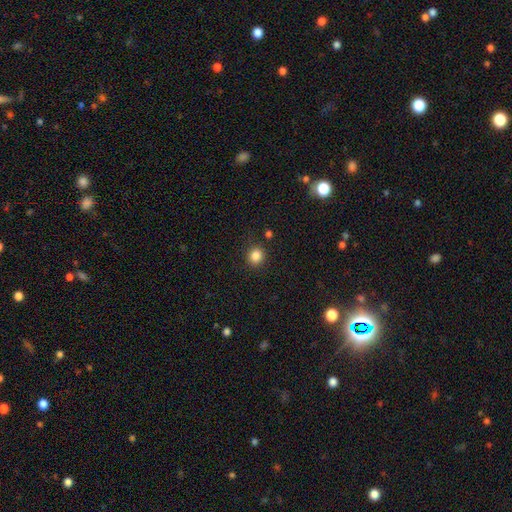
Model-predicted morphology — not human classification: Overall: smooth (85%). How rounded: round (85%). Merging: none (87%).